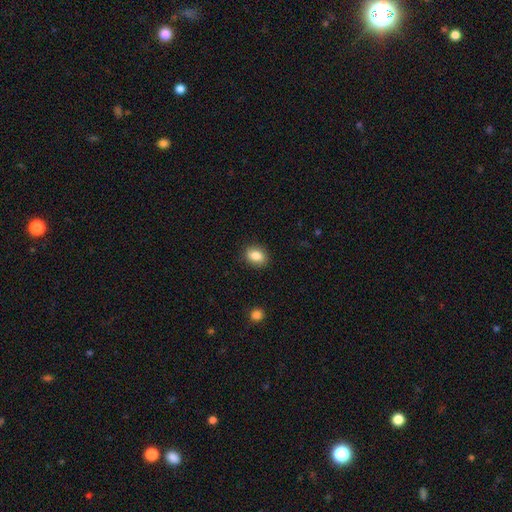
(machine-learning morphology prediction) A smooth galaxy with no disk features (85%) that is in between round and cigar-shaped (69%).

Vote fractions:
- Smooth or featured? smooth: 85% / star or artifact: 8% / featured or disk: 6%
- How rounded? in between: 69% / round: 29% / cigar-shaped: 1%
- Merging? none: 87% / minor disturbance: 10% / major disturbance: 2% / merger: 1%